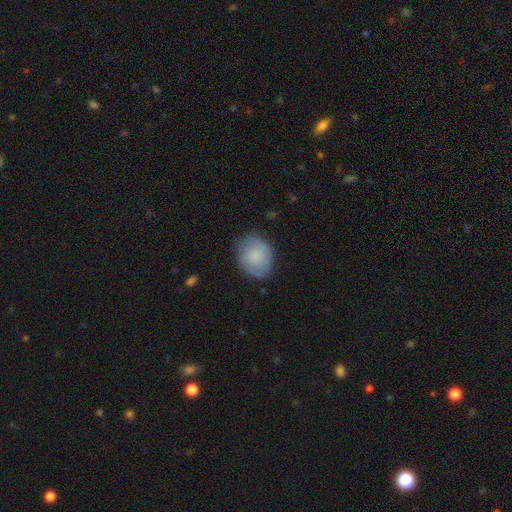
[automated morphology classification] smooth_or_featured: smooth (p=0.70) [alt: featured or disk p=0.23]
how_rounded: round (p=0.50) [alt: in between p=0.49]
merging: none (p=0.73) [alt: minor disturbance p=0.20]